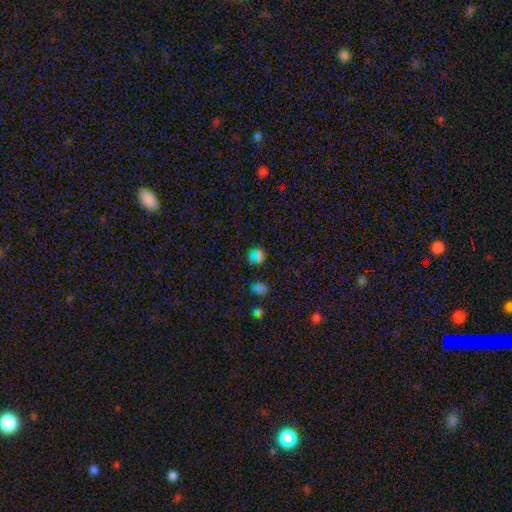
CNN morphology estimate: smooth_or_featured: smooth (p=0.55) [alt: star or artifact p=0.37]
how_rounded: round (p=0.78) [alt: in between p=0.20]
merging: none (p=0.81) [alt: minor disturbance p=0.11]